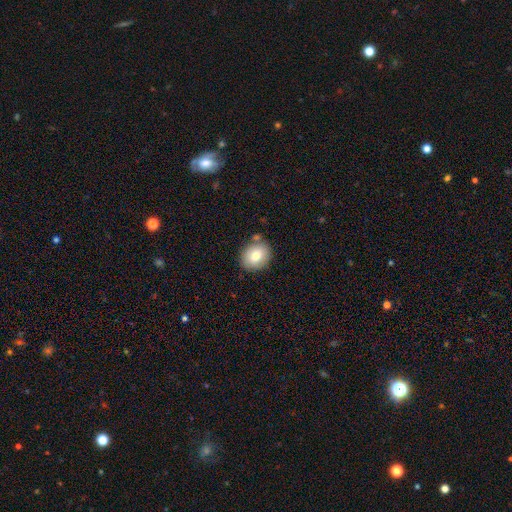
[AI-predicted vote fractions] Smooth or featured? smooth (76%)
How rounded? round (61%)
Merging? none (77%)